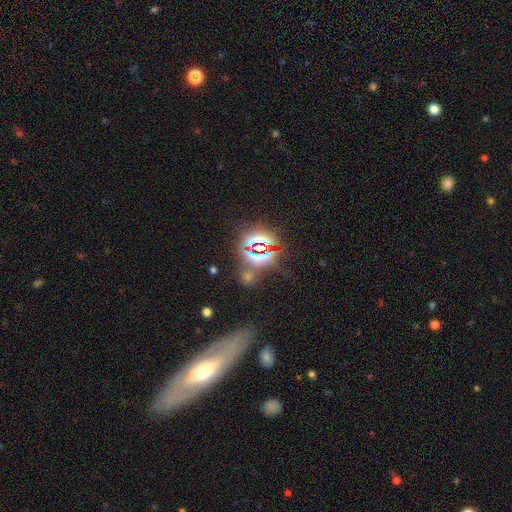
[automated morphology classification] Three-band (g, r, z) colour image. It shows a star or artifact, not a galaxy (55%).